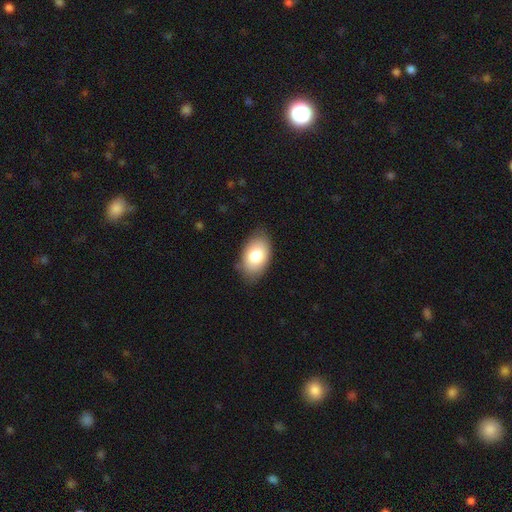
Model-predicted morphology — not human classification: smooth_or_featured: smooth (p=0.80) [alt: featured or disk p=0.14]
how_rounded: in between (p=0.92) [alt: round p=0.07]
merging: none (p=0.81) [alt: minor disturbance p=0.15]